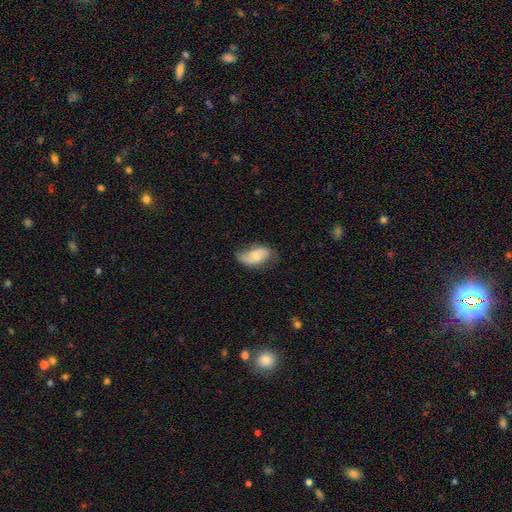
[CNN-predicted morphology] Smooth or featured?
  - smooth: 60% *
  - featured or disk: 33%
  - star or artifact: 7%
How rounded?
  - in between: 93% *
  - round: 4%
  - cigar-shaped: 3%
Merging?
  - none: 54% *
  - minor disturbance: 34%
  - major disturbance: 11%
  - merger: 2%